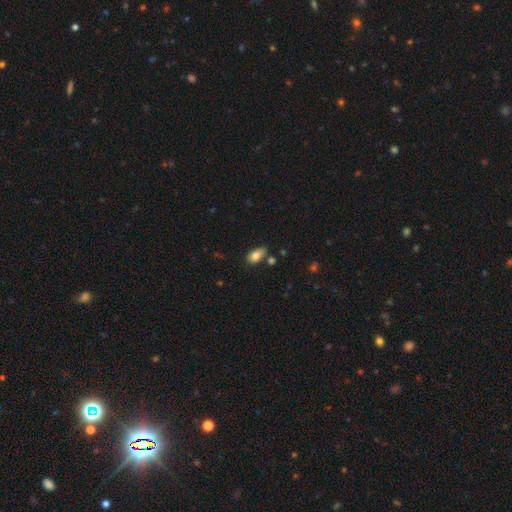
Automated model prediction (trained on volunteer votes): Smooth or featured: smooth — 78% (featured or disk — 14%)
How rounded: in between — 90% (round — 7%)
Merging: none — 63% (minor disturbance — 22%)